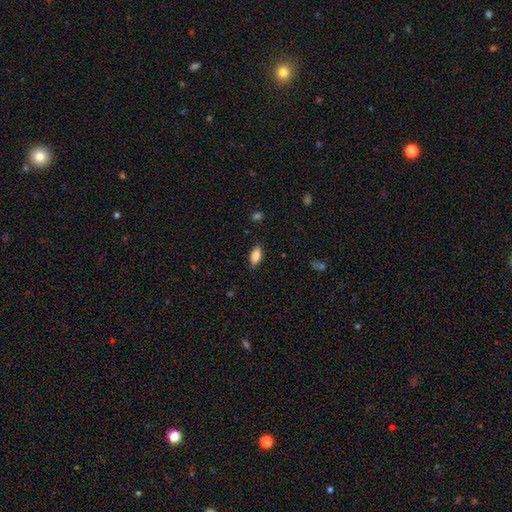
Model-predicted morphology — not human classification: Smooth or featured? smooth (79%)
How rounded? in between (85%)
Merging? none (84%)